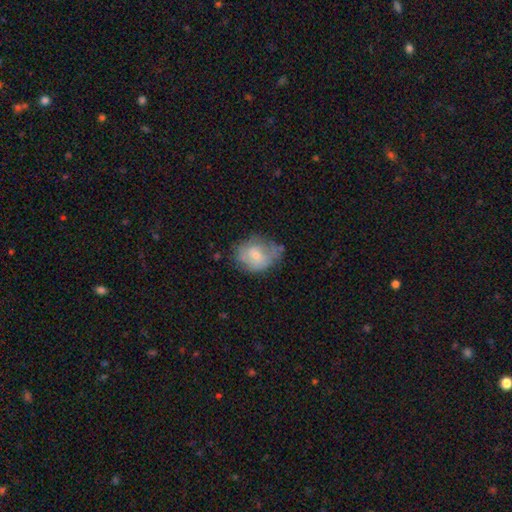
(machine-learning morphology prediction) A smooth galaxy with no disk features (56%) that is in between round and cigar-shaped (53%).

Vote fractions:
- Smooth or featured? smooth: 56% / featured or disk: 36% / star or artifact: 8%
- How rounded? in between: 53% / round: 46% / cigar-shaped: 1%
- Merging? none: 47% / minor disturbance: 33% / major disturbance: 16% / merger: 4%